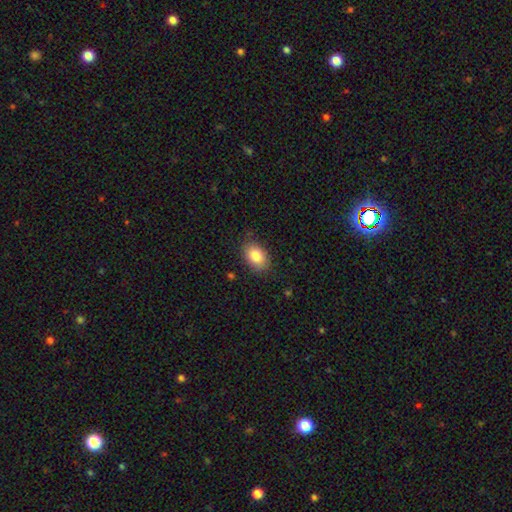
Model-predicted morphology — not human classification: This appears to be a smooth galaxy with no disk features (83%) that is in between round and cigar-shaped (84%). Merging: none (83%).